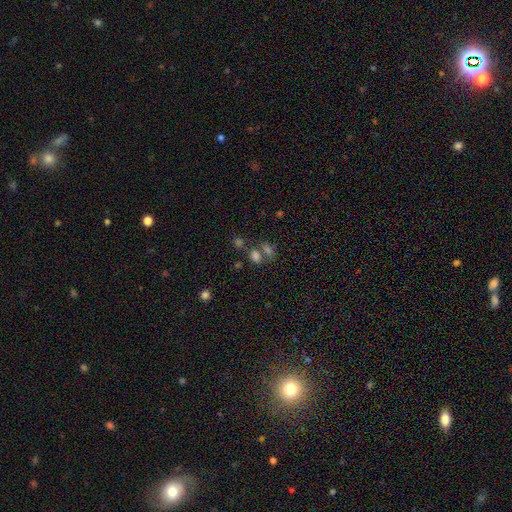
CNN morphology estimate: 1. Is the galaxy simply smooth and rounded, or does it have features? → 70% smooth, 22% star or artifact, 8% featured or disk.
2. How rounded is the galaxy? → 59% in between, 40% round, 2% cigar-shaped.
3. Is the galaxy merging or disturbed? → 50% none, 32% merger, 11% minor disturbance, 6% major disturbance.